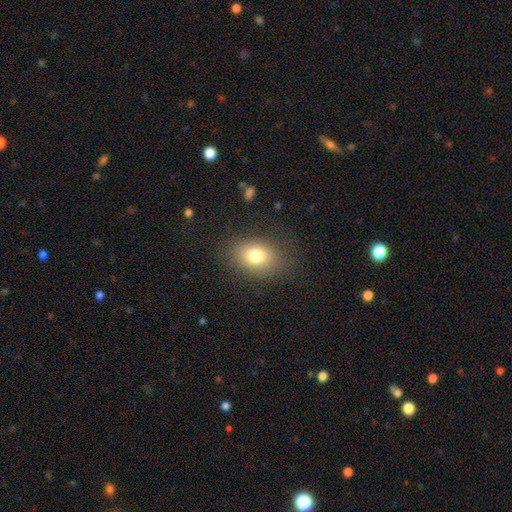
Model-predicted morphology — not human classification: Overall: smooth (77%). How rounded: in between (68%; round 31%). Merging: none (80%).